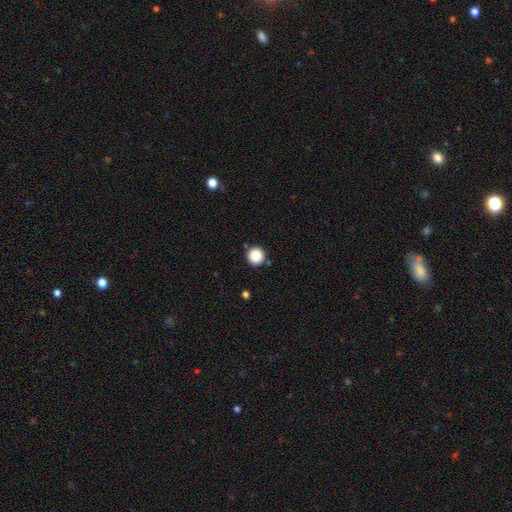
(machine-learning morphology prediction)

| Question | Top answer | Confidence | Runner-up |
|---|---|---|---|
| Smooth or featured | smooth | 87% | star or artifact (10%) |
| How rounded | round | 95% | in between (4%) |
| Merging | none | 88% | minor disturbance (7%) |